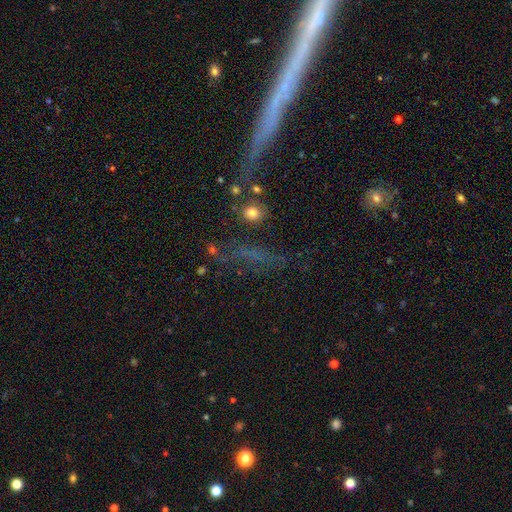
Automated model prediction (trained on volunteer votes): Smooth or featured?
  - smooth: 36% *
  - featured or disk: 35%
  - star or artifact: 30%
Merging?
  - none: 56% *
  - minor disturbance: 16%
  - major disturbance: 16%
  - merger: 12%